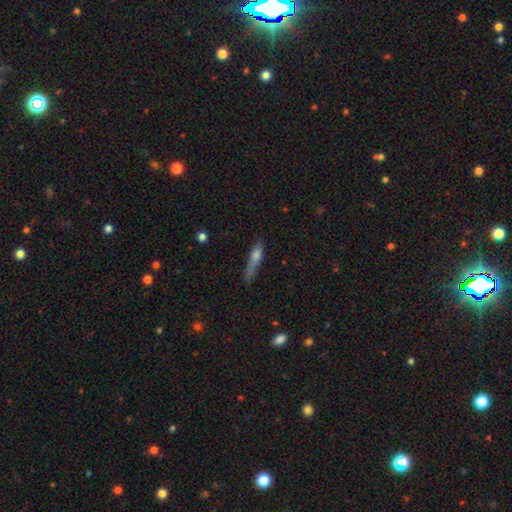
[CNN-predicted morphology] This is likely a smooth galaxy (63%). How rounded: likely cigar-shaped (79%). Merging: possibly none (46%).